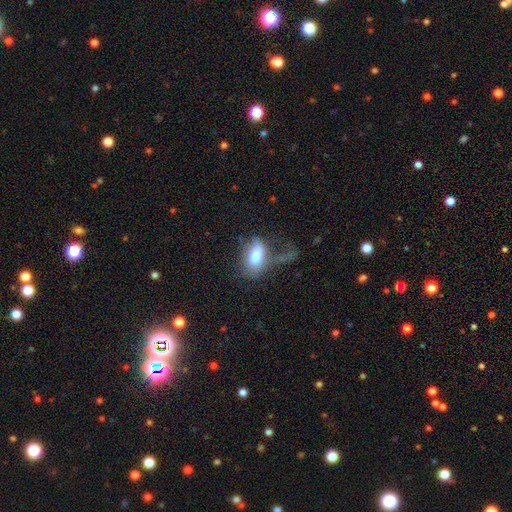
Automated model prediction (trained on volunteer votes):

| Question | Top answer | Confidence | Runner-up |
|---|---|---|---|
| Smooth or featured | smooth | 69% | featured or disk (23%) |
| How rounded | in between | 89% | round (8%) |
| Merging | major disturbance | 52% | none (22%) |